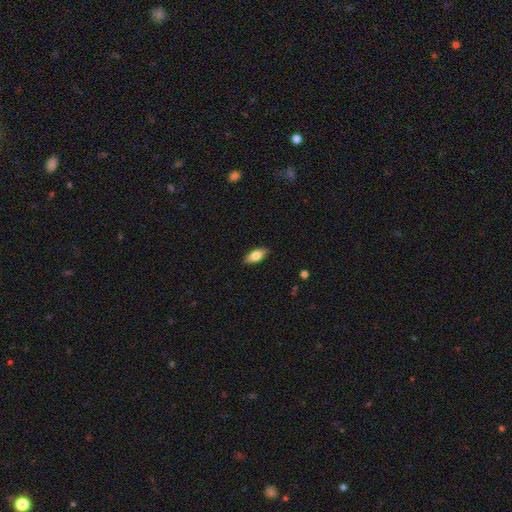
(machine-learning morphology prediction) This is likely a smooth galaxy (73%). How rounded: likely in between (80%). Merging: clearly none (88%).